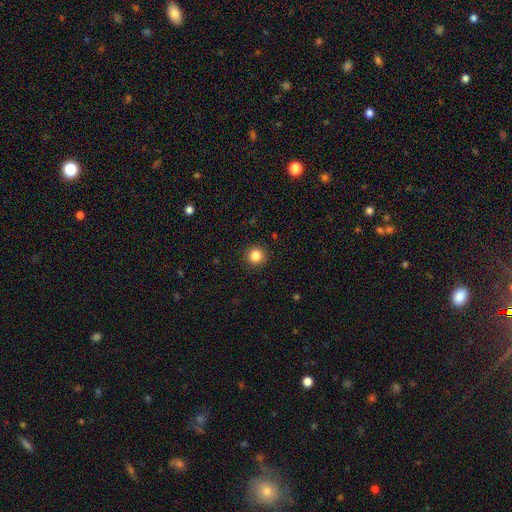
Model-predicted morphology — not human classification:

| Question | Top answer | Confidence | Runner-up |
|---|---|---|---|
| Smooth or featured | smooth | 84% | star or artifact (11%) |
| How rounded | round | 95% | in between (4%) |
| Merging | none | 92% | minor disturbance (5%) |